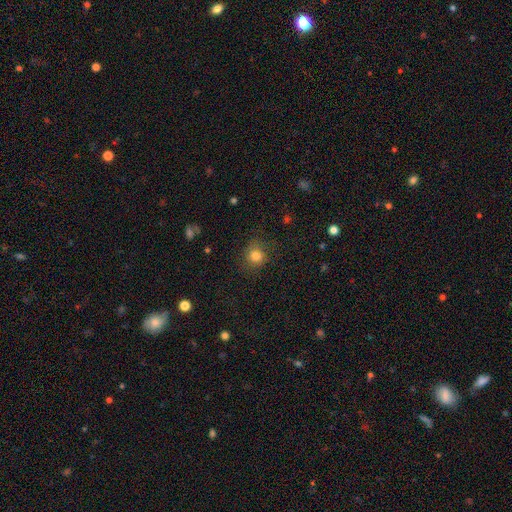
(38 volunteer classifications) Smooth or featured?
  - smooth: 87% *
  - featured or disk: 11%
  - star or artifact: 3%
How rounded?
  - round: 88% *
  - in between: 12%
  - cigar-shaped: 0%
Merging?
  - none: 73% *
  - minor disturbance: 16%
  - major disturbance: 8%
  - merger: 3%